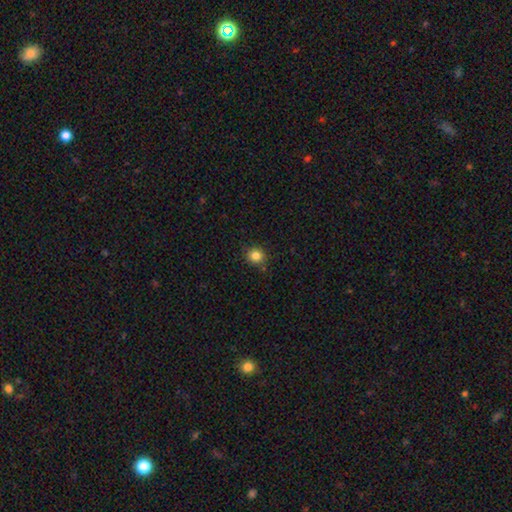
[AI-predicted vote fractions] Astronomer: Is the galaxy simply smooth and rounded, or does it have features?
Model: smooth — 84%.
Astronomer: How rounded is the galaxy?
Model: round — 88%.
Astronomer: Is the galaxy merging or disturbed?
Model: none — 85%.